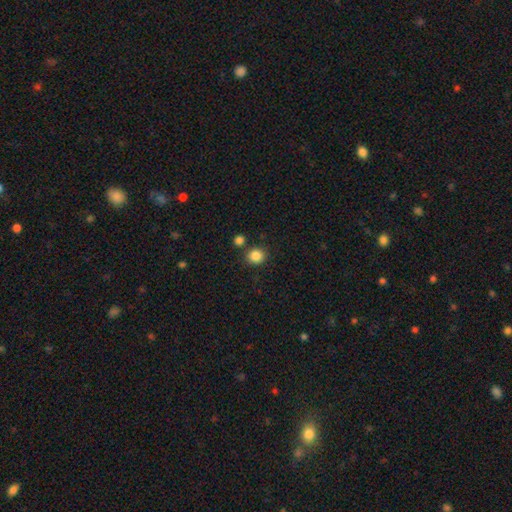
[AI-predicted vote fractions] Smooth or featured? Predicted: smooth (p=0.86). How rounded? Predicted: round (p=0.87). Merging? Predicted: none (p=0.81).